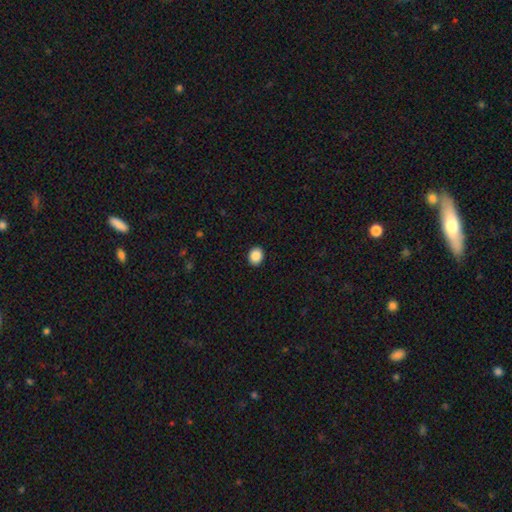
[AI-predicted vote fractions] Smooth or featured? smooth (88%)
How rounded? round (60%)
Merging? none (92%)